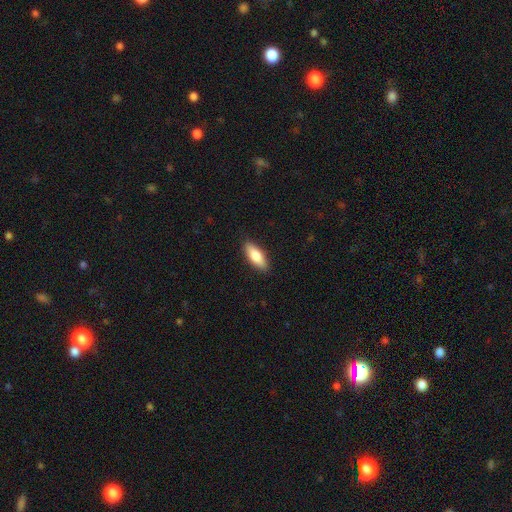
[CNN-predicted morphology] A smooth galaxy with no disk features (77%) that is in between round and cigar-shaped (68%). Merging: none (88%).